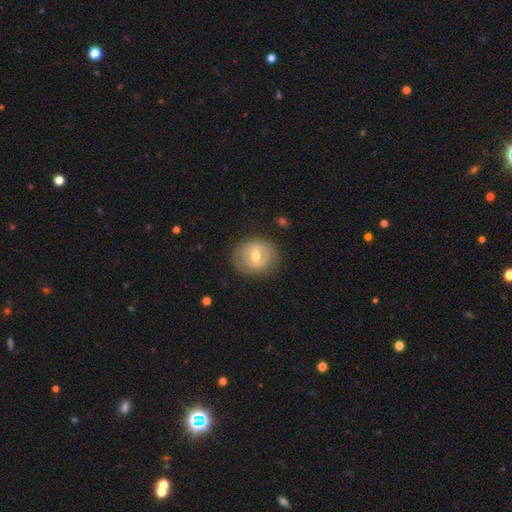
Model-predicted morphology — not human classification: This appears to be a featured or disk galaxy (53%) with a weak bar (48%), no spiral arms (64%) and a moderate central bulge (71%). Merging: none (79%).